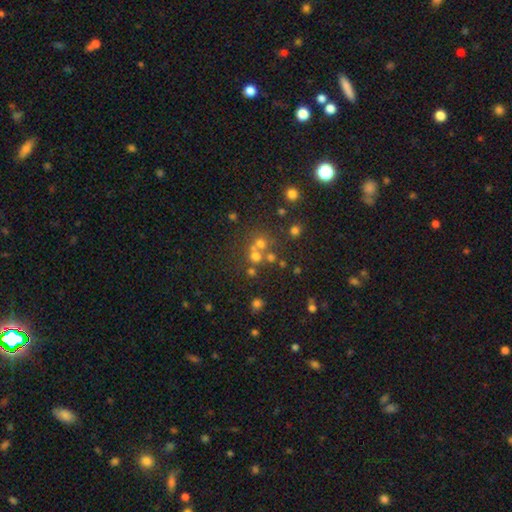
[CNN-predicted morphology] A smooth galaxy with no disk features (58%) that is round (86%). Merging: none (52%).